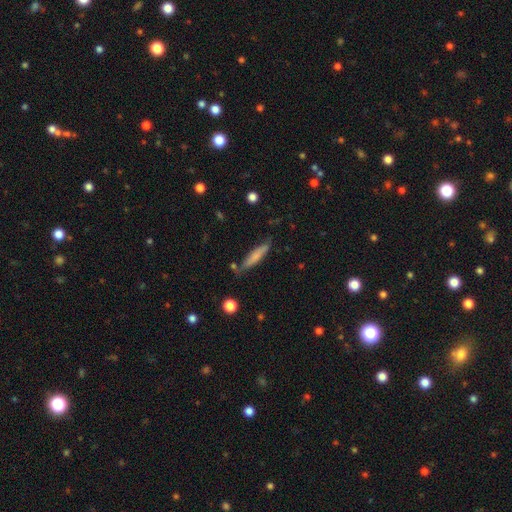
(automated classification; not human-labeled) smooth 69%, featured or disk 24%, star or artifact 6%. Down the decision tree: how rounded — cigar-shaped (86%); merging — none (73%).